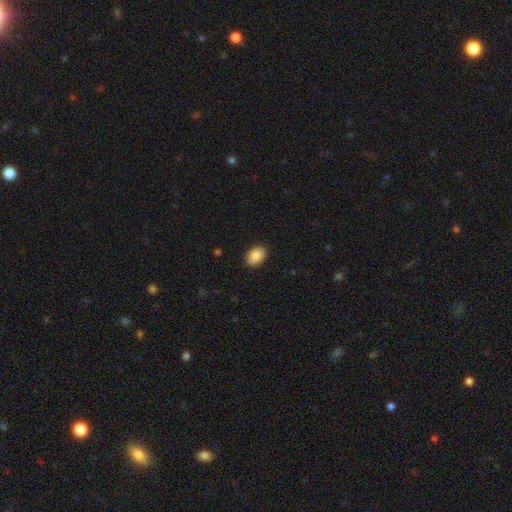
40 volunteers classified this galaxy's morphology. A smooth galaxy with no disk features (90%) that is in between round and cigar-shaped (72%).

Vote fractions:
- Smooth or featured? smooth: 90% / star or artifact: 8% / featured or disk: 2%
- How rounded? in between: 72% / round: 25% / cigar-shaped: 3%
- Merging? none: 89% / minor disturbance: 8% / major disturbance: 3% / merger: 0%